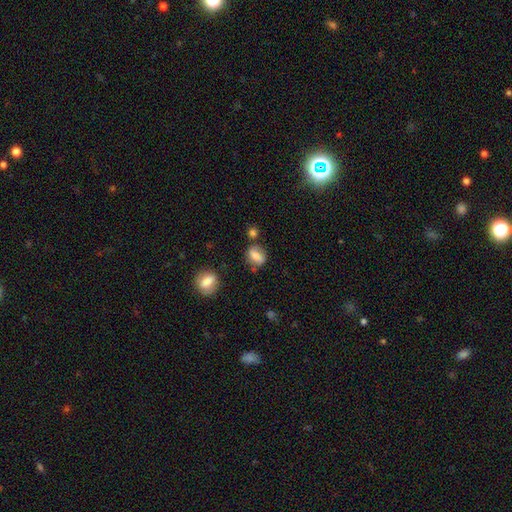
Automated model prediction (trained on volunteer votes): A smooth galaxy with no disk features (68%) that is in between round and cigar-shaped (65%). Merging: none (67%).